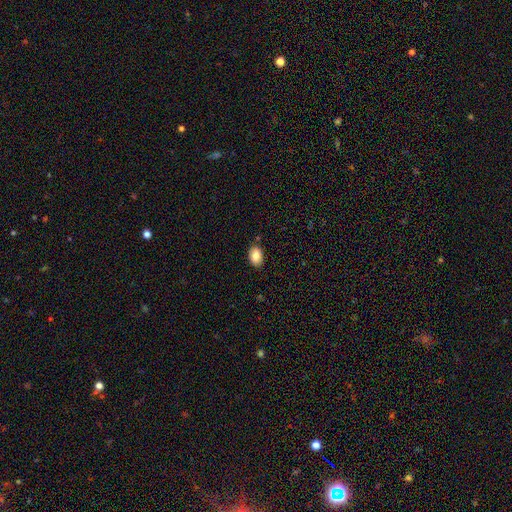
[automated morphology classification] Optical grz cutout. It shows a smooth galaxy with no disk features (85%) that is in between round and cigar-shaped (86%). Merging: none (86%).